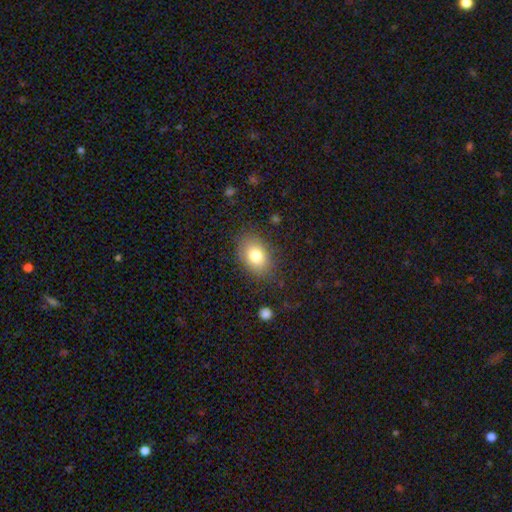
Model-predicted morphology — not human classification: Smooth or featured?
  - smooth: 80% *
  - featured or disk: 11%
  - star or artifact: 9%
How rounded?
  - in between: 78% *
  - round: 21%
  - cigar-shaped: 1%
Merging?
  - none: 83% *
  - minor disturbance: 12%
  - major disturbance: 4%
  - merger: 1%